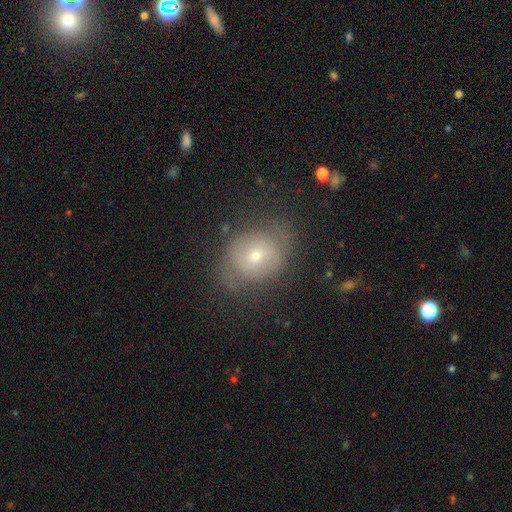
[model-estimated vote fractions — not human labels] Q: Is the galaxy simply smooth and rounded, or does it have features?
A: smooth — 51%.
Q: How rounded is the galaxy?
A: round — 55%.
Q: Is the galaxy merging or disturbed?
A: none — 65%.